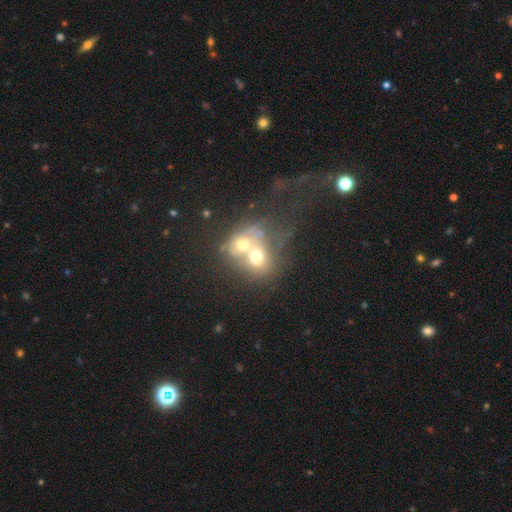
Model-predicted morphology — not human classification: A smooth galaxy with no disk features (50%).

Vote fractions:
- Smooth or featured? smooth: 50% / featured or disk: 36% / star or artifact: 15%
- Merging? merger: 75% / none: 12% / major disturbance: 8% / minor disturbance: 5%